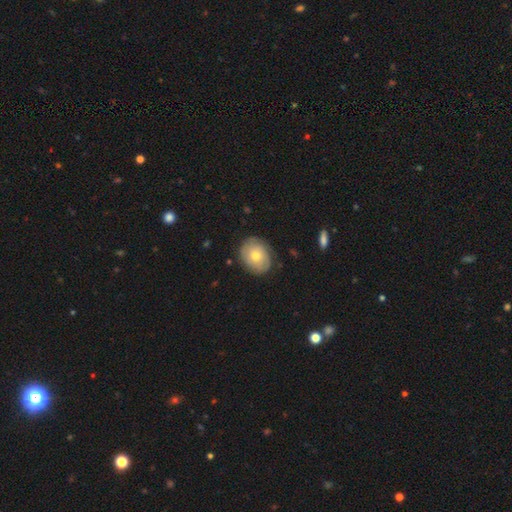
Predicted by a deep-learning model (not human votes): Q: Smooth or featured?
A: featured or disk (46%); tied with: smooth (46%)
Q: Merging?
A: none (81%); runner-up: minor disturbance (15%)